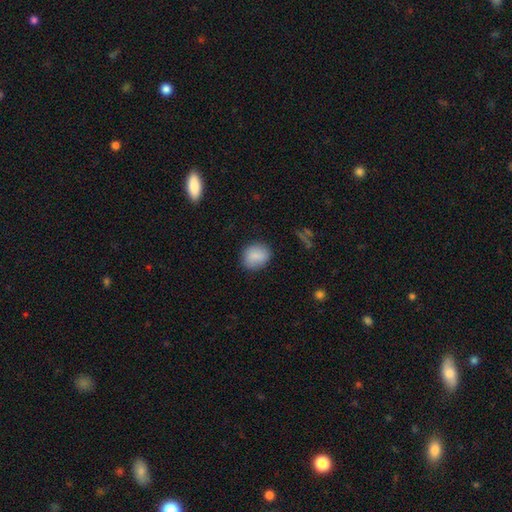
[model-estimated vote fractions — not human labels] Q: Smooth or featured?
A: smooth (85%); runner-up: star or artifact (8%)
Q: How rounded?
A: round (68%); runner-up: in between (31%)
Q: Merging?
A: none (82%); runner-up: minor disturbance (13%)